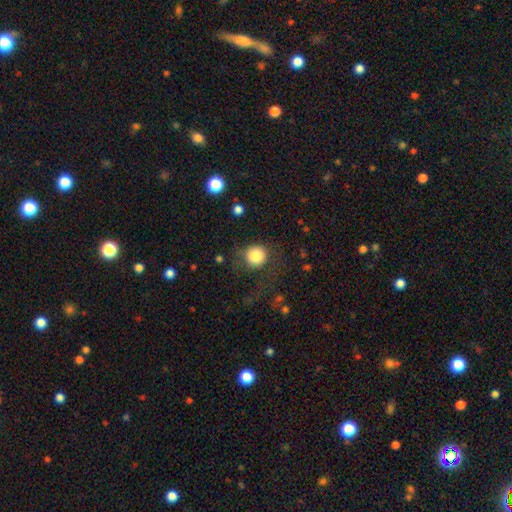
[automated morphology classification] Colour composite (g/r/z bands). It shows a smooth galaxy with no disk features (83%) that is round (90%). Merging: none (63%).